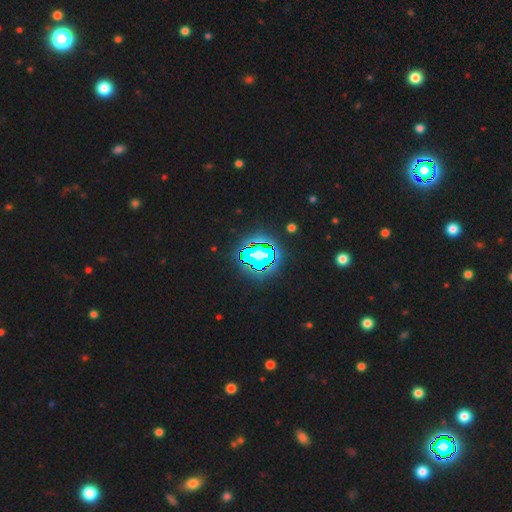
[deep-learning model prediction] Smooth or featured? star or artifact (62%)